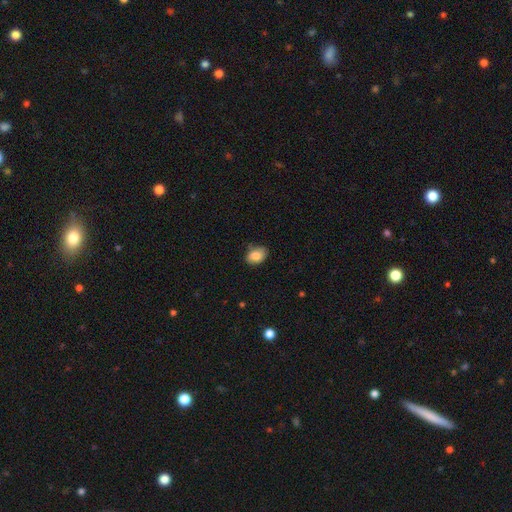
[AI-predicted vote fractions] A smooth galaxy with no disk features (82%) that is in between round and cigar-shaped (78%).

Vote fractions:
- Smooth or featured? smooth: 82% / featured or disk: 10% / star or artifact: 8%
- How rounded? in between: 78% / round: 21% / cigar-shaped: 1%
- Merging? none: 78% / minor disturbance: 18% / major disturbance: 3% / merger: 1%